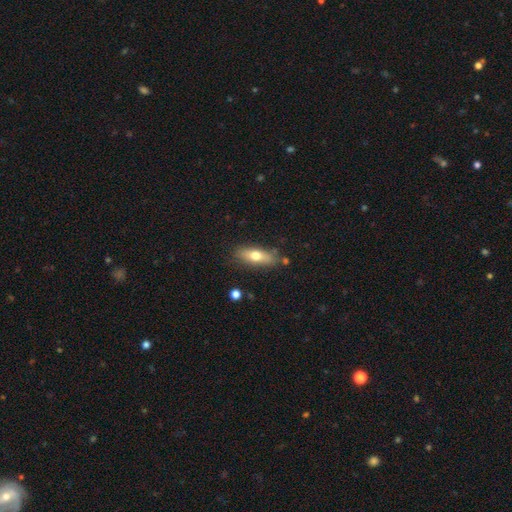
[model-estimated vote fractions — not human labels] Smooth or featured: smooth — 65% (featured or disk — 28%)
How rounded: in between — 60% (cigar-shaped — 37%)
Merging: none — 78% (minor disturbance — 15%)